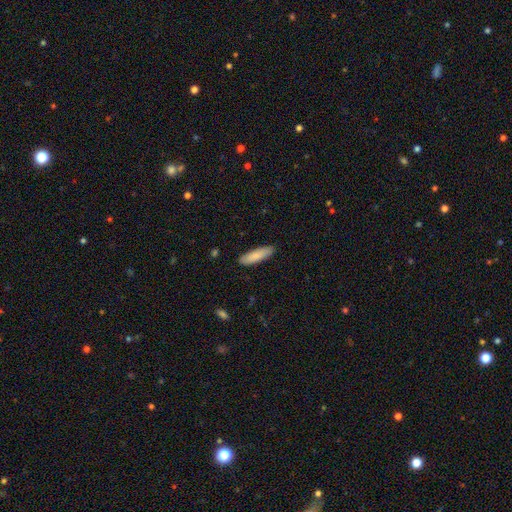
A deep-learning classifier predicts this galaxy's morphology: Smooth or featured: smooth — 86% (featured or disk — 8%)
How rounded: cigar-shaped — 64% (in between — 35%)
Merging: none — 89% (minor disturbance — 8%)